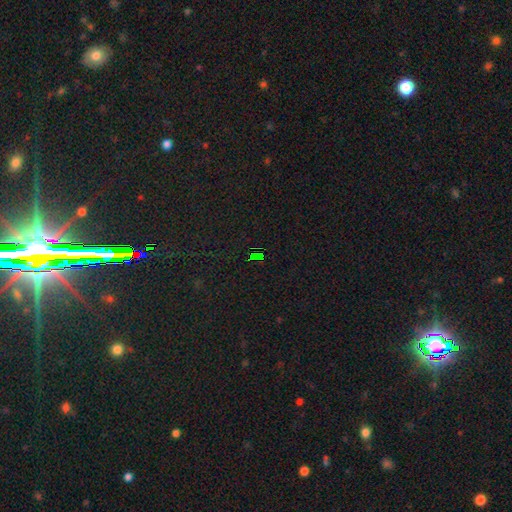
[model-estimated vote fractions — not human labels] This is likely a star or artifact rather than a galaxy (78%).